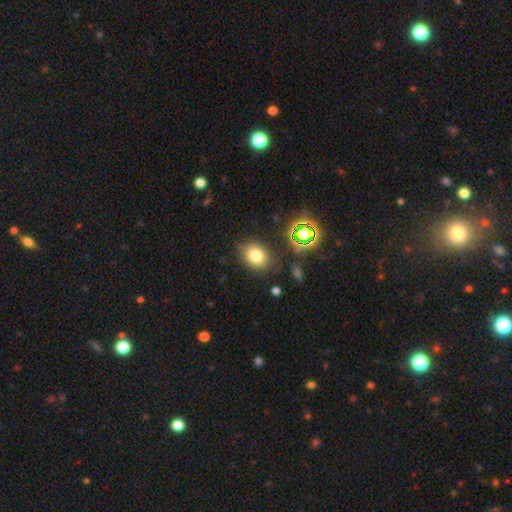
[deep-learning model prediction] Morphology: type=smooth (76%); roundness=in between (55%); merging=none (81%).